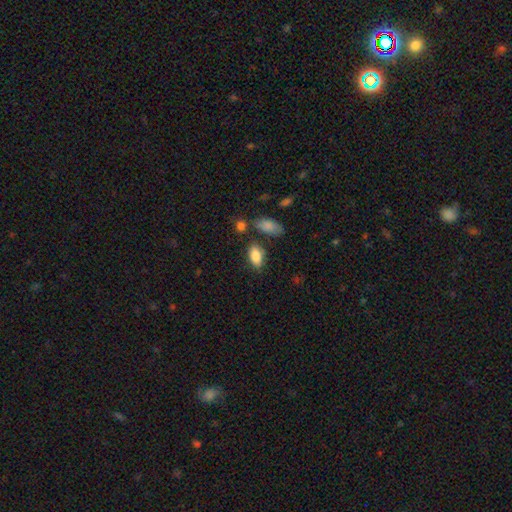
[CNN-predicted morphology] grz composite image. It shows a smooth galaxy with no disk features (86%) that is in between round and cigar-shaped (92%). Merging: none (74%).